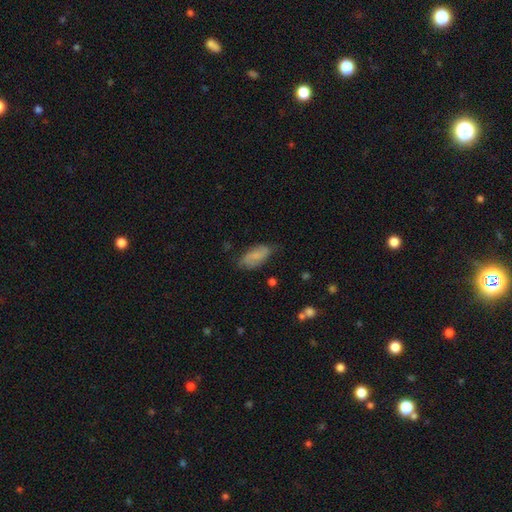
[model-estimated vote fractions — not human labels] smooth 73%, featured or disk 20%, star or artifact 7%. Down the decision tree: how rounded — in between (88%); merging — none (66%).